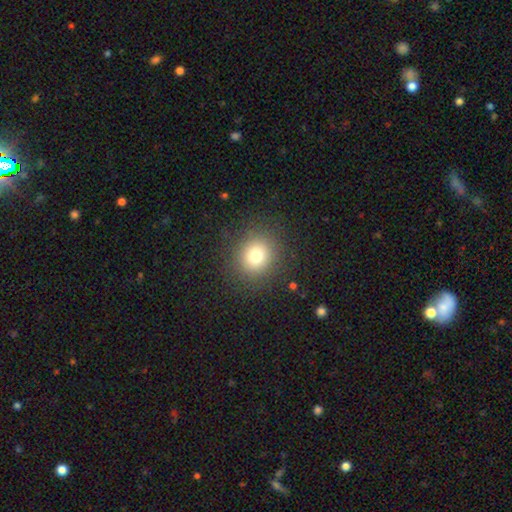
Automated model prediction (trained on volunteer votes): smooth_or_featured: smooth (p=0.77) [alt: star or artifact p=0.14]
how_rounded: round (p=0.85) [alt: in between p=0.14]
merging: none (p=0.88) [alt: minor disturbance p=0.07]